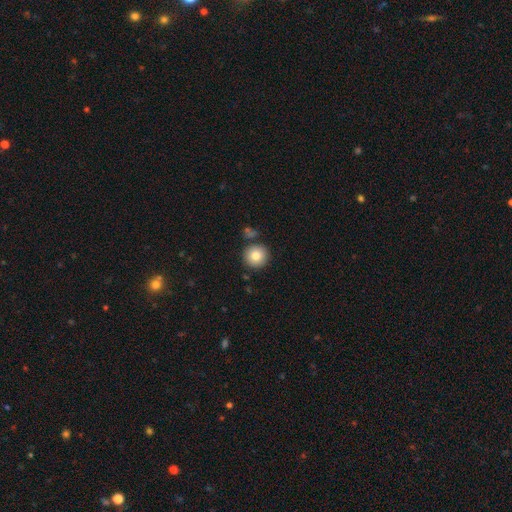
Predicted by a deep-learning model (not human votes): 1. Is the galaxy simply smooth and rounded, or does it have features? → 82% smooth, 9% star or artifact, 8% featured or disk.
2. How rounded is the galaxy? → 94% round, 5% in between, 1% cigar-shaped.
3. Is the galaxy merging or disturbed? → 84% none, 8% minor disturbance, 5% merger, 2% major disturbance.